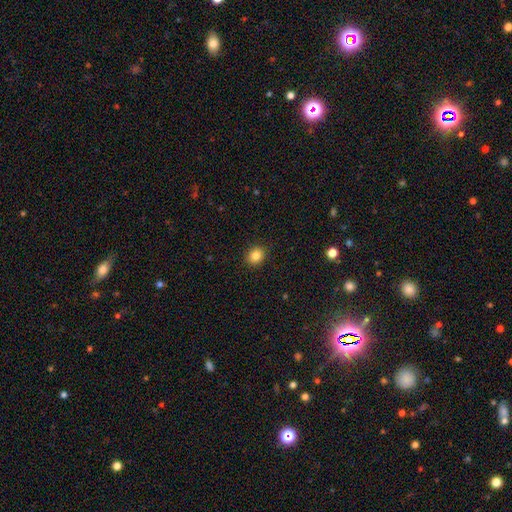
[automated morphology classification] Q: Smooth or featured?
A: smooth (85%); runner-up: star or artifact (11%)
Q: How rounded?
A: round (68%); runner-up: in between (31%)
Q: Merging?
A: none (91%); runner-up: minor disturbance (7%)